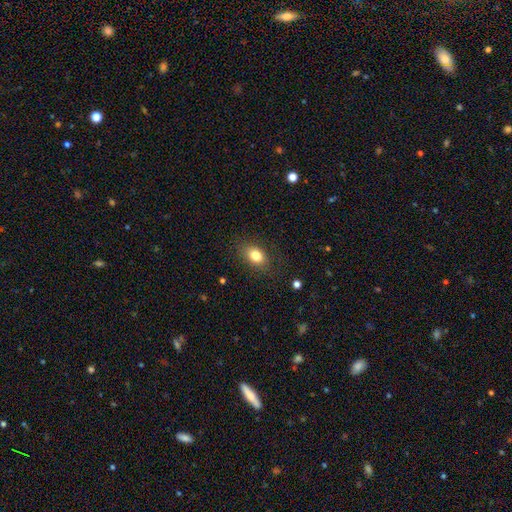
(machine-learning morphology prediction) This is clearly a smooth galaxy (82%). How rounded: likely in between (80%). Merging: clearly none (82%).